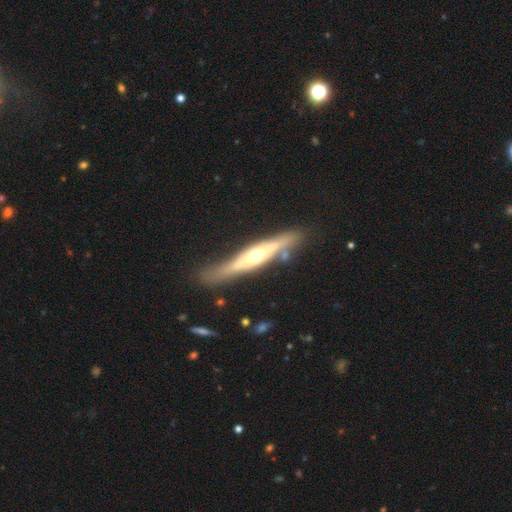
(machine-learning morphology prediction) Smooth or featured?
  - featured or disk: 69% *
  - smooth: 26%
  - star or artifact: 5%
Edge-on disk?
  - yes: 88% *
  - no: 12%
Edge-on bulge?
  - rounded: 83% *
  - none: 9%
  - boxy: 8%
Merging?
  - none: 73% *
  - minor disturbance: 17%
  - merger: 5%
  - major disturbance: 5%